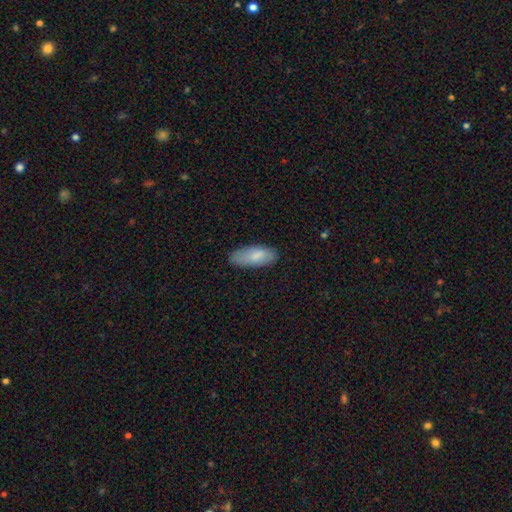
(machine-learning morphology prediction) This appears to be a smooth galaxy with no disk features (81%) that is in between round and cigar-shaped (83%). Merging: none (80%).